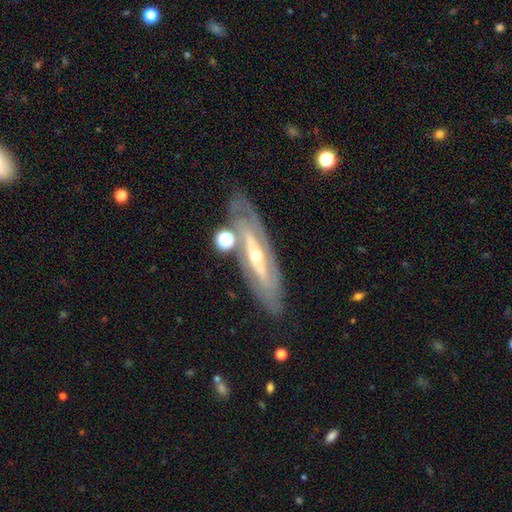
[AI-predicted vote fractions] smooth-or-featured: featured or disk: 82% | smooth: 12% | star or artifact: 6%
  disk-edge-on: no: 69% | yes: 31%
    bar: no: 45% | strong: 31% | weak: 24%
    has-spiral-arms: yes: 71% | no: 29%
    bulge-size: small: 52% | moderate: 44% | large: 2% | none: 1% | dominant: 1%
  merging: none: 76% | minor disturbance: 14% | major disturbance: 5% | merger: 5%